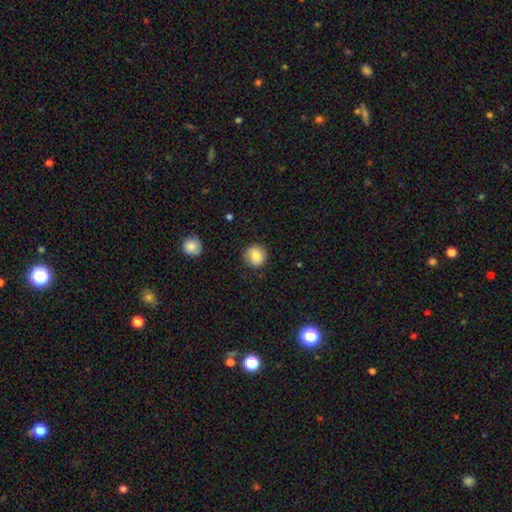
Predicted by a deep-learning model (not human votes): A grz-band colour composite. It shows a smooth galaxy with no disk features (82%) that is round (90%). Merging: none (84%).